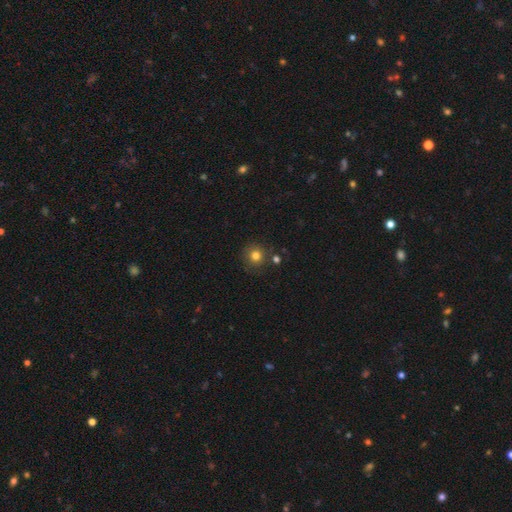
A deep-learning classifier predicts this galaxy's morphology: smooth_or_featured: smooth (p=0.79) [alt: star or artifact p=0.13]
how_rounded: round (p=0.92) [alt: in between p=0.07]
merging: none (p=0.81) [alt: minor disturbance p=0.10]